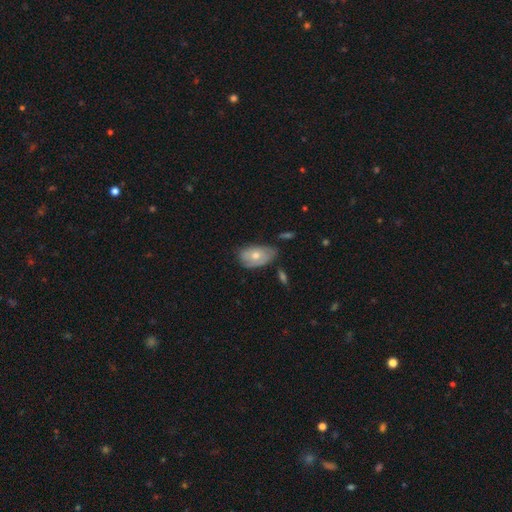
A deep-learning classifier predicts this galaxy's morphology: Smooth or featured: smooth — 59% (featured or disk — 34%)
How rounded: in between — 90% (round — 8%)
Merging: none — 55% (minor disturbance — 33%)